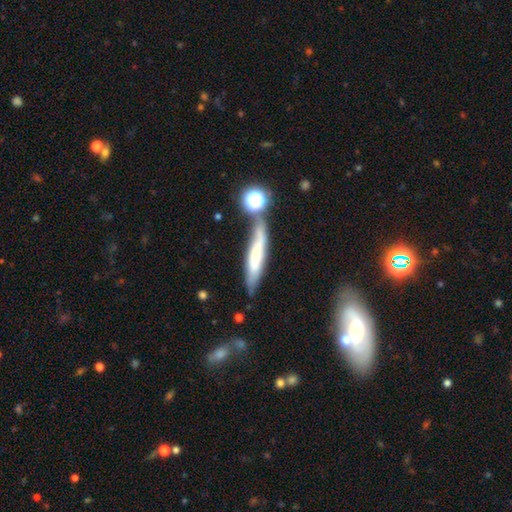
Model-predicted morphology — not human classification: Smooth or featured?
  - featured or disk: 49% *
  - smooth: 40%
  - star or artifact: 11%
Merging?
  - none: 63% *
  - minor disturbance: 18%
  - merger: 13%
  - major disturbance: 6%